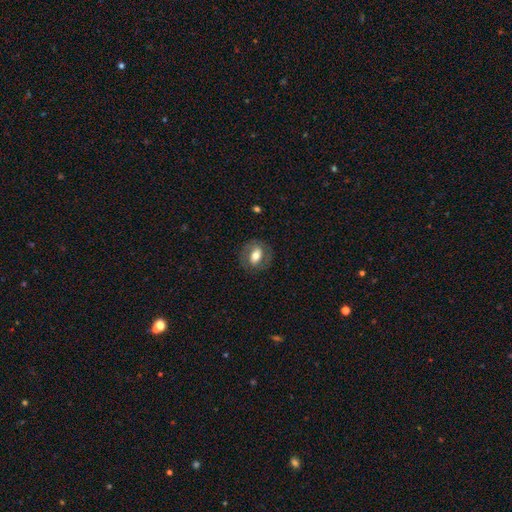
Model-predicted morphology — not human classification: This appears to be a smooth galaxy with no disk features (56%) that is in between round and cigar-shaped (66%). Merging: none (79%).